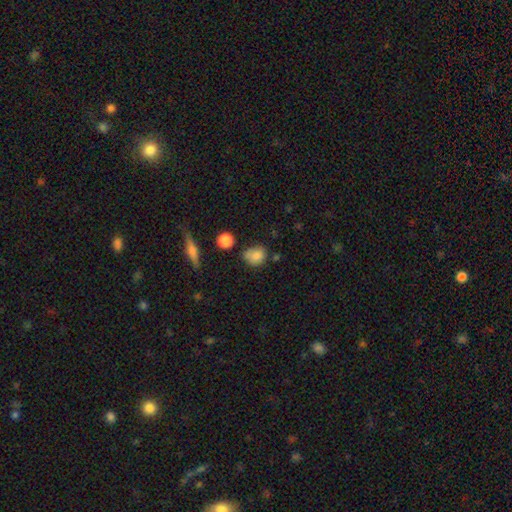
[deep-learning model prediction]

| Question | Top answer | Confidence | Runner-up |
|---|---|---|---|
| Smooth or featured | smooth | 81% | star or artifact (10%) |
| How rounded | round | 51% | in between (47%) |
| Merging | none | 55% | minor disturbance (30%) |